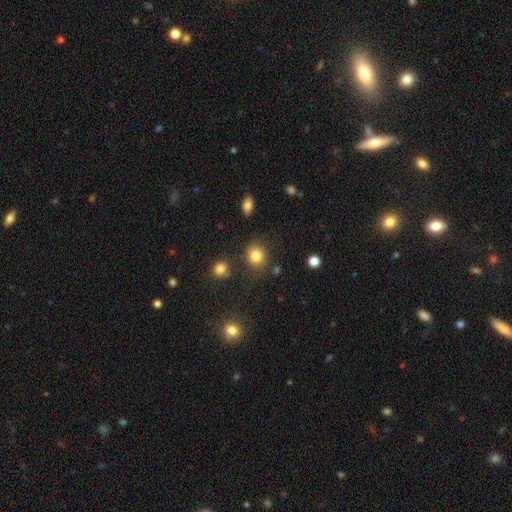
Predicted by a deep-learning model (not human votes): The model was most divided on "how rounded": round: 77%, in between: 22%, cigar-shaped: 1%. More confident: smooth or featured — smooth (82%); merging — none (80%).